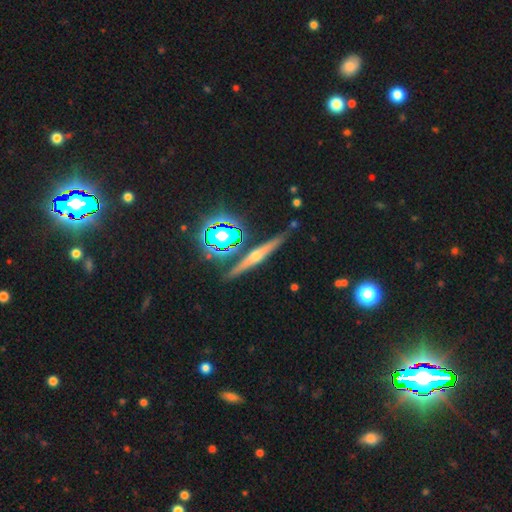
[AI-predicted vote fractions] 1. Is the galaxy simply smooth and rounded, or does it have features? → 63% featured or disk, 21% smooth, 16% star or artifact.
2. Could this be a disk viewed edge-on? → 94% yes, 6% no.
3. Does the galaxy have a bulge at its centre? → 82% rounded, 11% none, 7% boxy.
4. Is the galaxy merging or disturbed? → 83% none, 10% minor disturbance, 4% merger, 3% major disturbance.